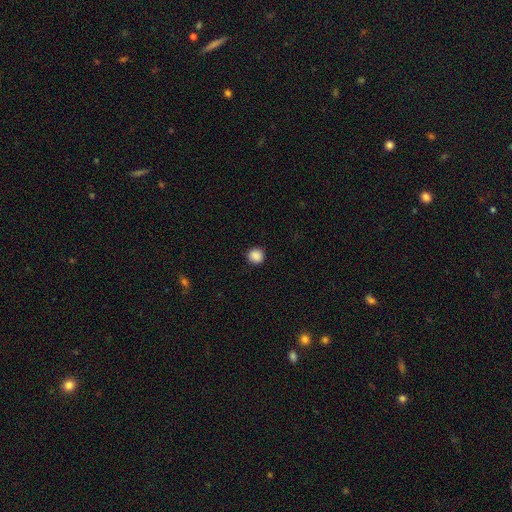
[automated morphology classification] Smooth or featured: smooth — 89% (star or artifact — 9%)
How rounded: round — 93% (in between — 6%)
Merging: none — 92% (minor disturbance — 6%)